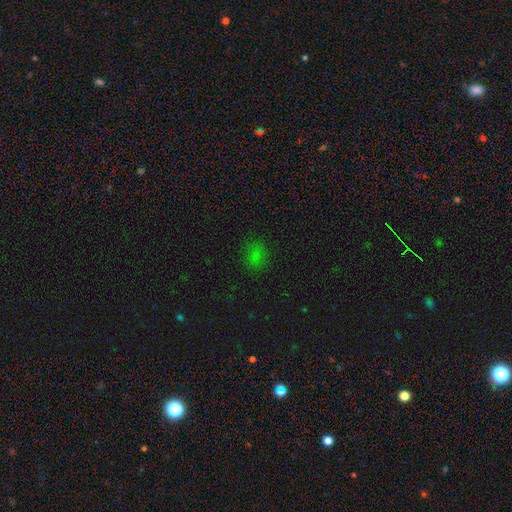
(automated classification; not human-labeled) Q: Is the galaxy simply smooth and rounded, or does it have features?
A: smooth — 65%.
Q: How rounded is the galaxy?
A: in between — 59%.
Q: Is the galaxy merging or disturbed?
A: none — 78%.